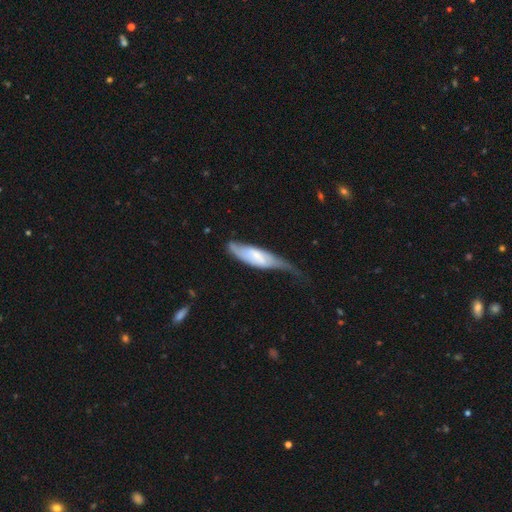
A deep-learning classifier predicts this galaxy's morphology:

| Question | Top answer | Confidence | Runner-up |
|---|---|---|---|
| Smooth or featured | featured or disk | 51% | smooth (43%) |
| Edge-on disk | no | 63% | yes (37%) |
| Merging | minor disturbance | 38% | major disturbance (31%) |